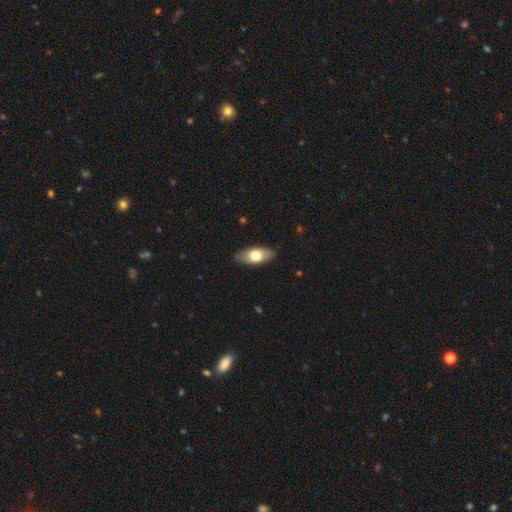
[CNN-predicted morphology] Q: Smooth or featured?
A: smooth (69%); runner-up: featured or disk (26%)
Q: How rounded?
A: in between (86%); runner-up: cigar-shaped (11%)
Q: Merging?
A: none (86%); runner-up: minor disturbance (11%)